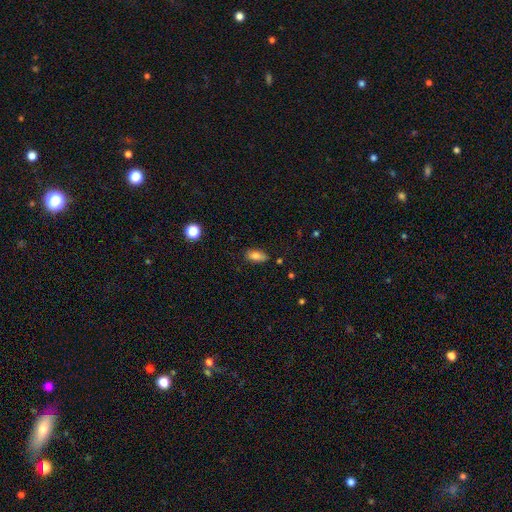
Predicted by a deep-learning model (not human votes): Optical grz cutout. It shows a smooth galaxy with no disk features (80%) that is in between round and cigar-shaped (85%). Merging: none (75%).